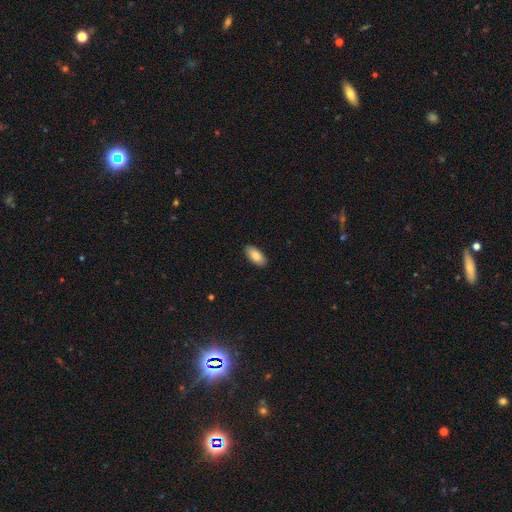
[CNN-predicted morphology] This appears to be a smooth galaxy with no disk features (84%) that is in between round and cigar-shaped (92%). Merging: none (90%).